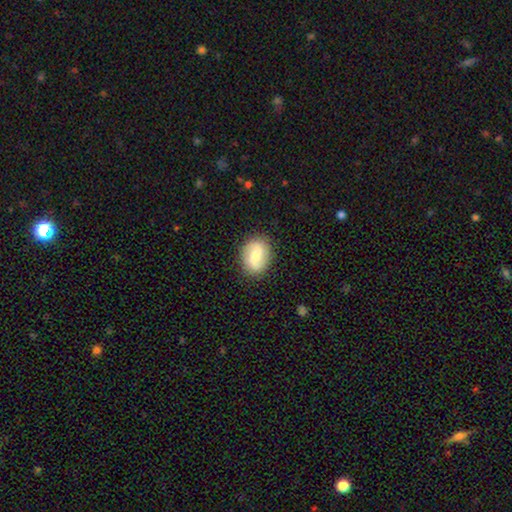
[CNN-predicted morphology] Smooth or featured? smooth (59%)
How rounded? in between (70%)
Merging? none (83%)